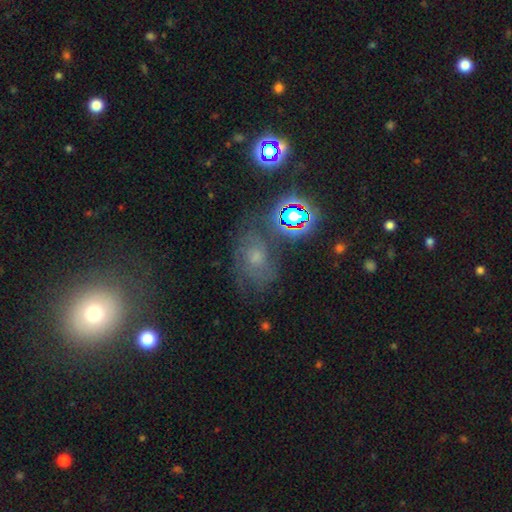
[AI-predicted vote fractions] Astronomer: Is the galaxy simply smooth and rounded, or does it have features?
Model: featured or disk — 46% (runner-up: smooth, 32%).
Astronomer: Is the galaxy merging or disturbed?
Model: none — 56%.